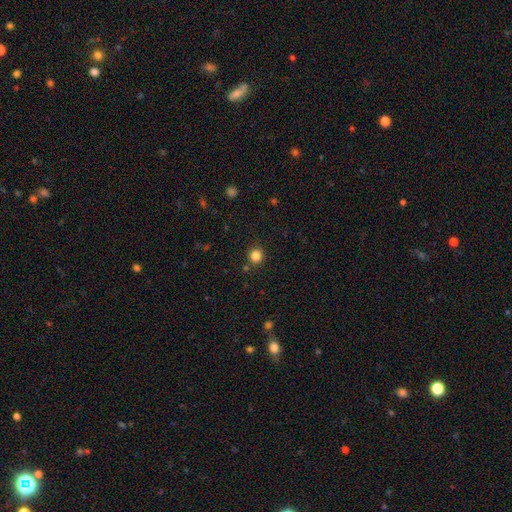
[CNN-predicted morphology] Smooth or featured: smooth — 84% (star or artifact — 12%)
How rounded: round — 92% (in between — 7%)
Merging: none — 88% (minor disturbance — 7%)